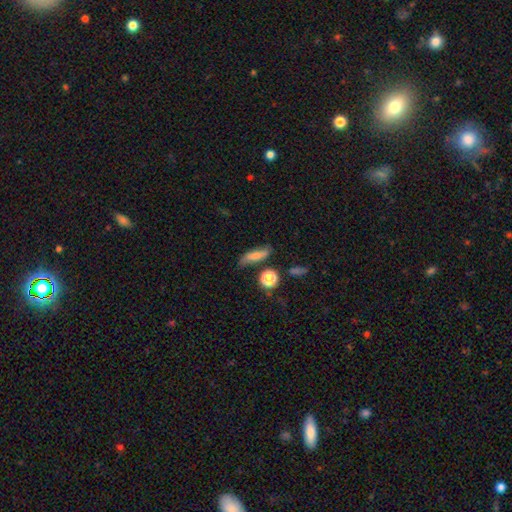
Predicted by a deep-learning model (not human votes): smooth 62%, featured or disk 27%, star or artifact 11%. Down the decision tree: how rounded — cigar-shaped (47%); merging — none (67%).